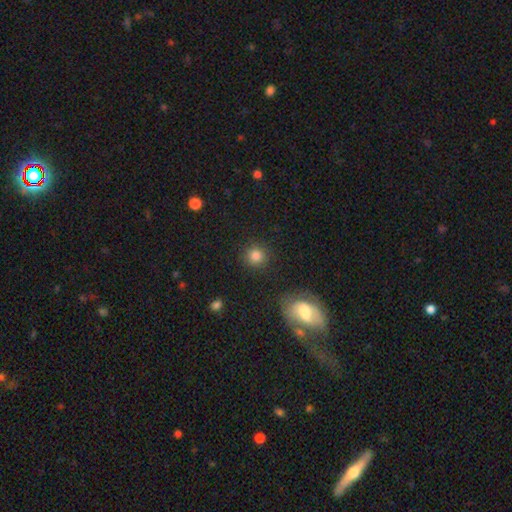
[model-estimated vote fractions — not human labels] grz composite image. It shows a smooth galaxy with no disk features (83%) that is round (91%). Merging: none (88%).